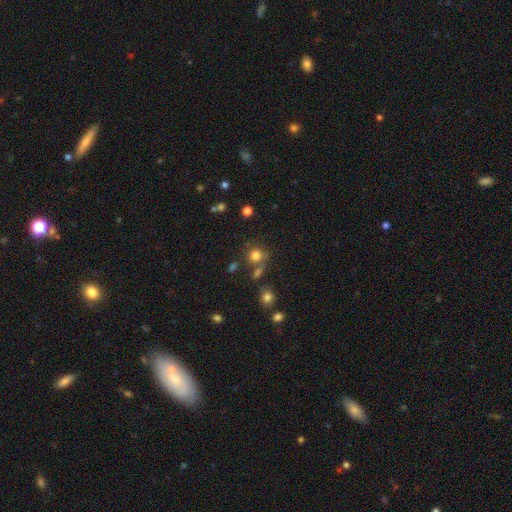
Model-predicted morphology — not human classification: The model was most divided on "merging": none: 68%, merger: 15%, minor disturbance: 12%, major disturbance: 6%. More confident: how rounded — round (87%); smooth or featured — smooth (77%).